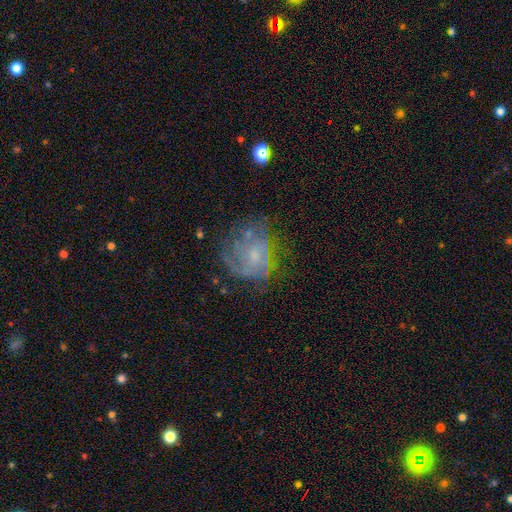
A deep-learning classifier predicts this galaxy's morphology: Overall: featured or disk (64%). Edge-on disk: no (98%). Bar: no (73%). Spiral arms: yes (69%; no 31%). Bulge size: small (48%; moderate 27%). Merging: none (55%; minor disturbance 21%).